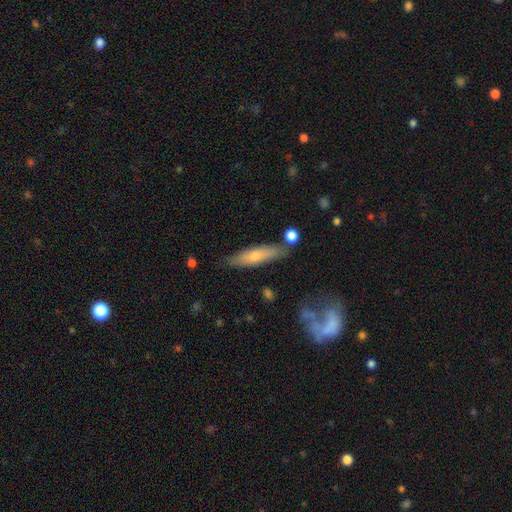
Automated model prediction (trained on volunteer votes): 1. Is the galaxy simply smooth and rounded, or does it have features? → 61% smooth, 33% featured or disk, 6% star or artifact.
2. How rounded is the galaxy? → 77% cigar-shaped, 21% in between, 2% round.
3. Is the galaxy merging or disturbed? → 78% none, 14% minor disturbance, 5% merger, 3% major disturbance.